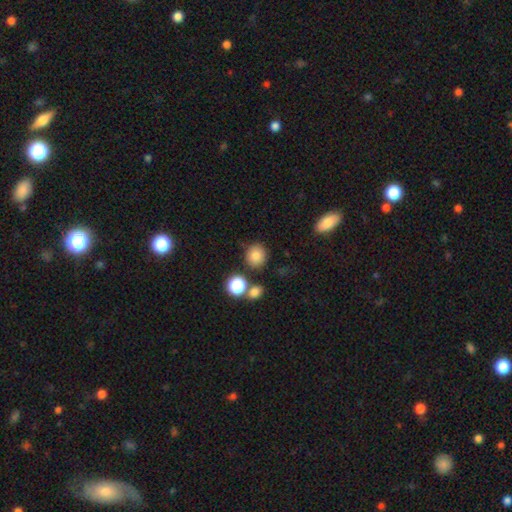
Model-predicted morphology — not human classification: Smooth or featured: smooth — 82% (star or artifact — 12%)
How rounded: round — 82% (in between — 17%)
Merging: none — 79% (minor disturbance — 11%)